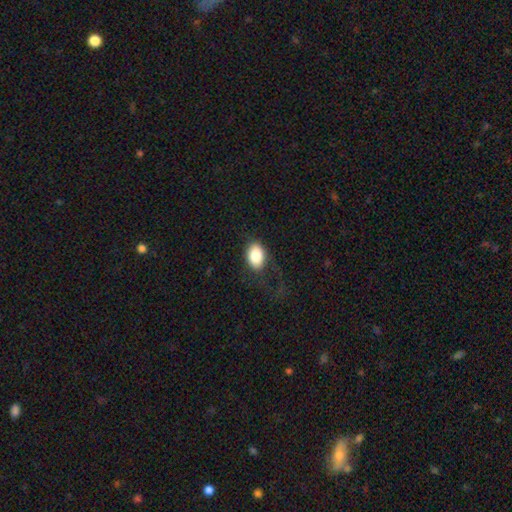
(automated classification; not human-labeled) Smooth or featured?
  - smooth: 83% *
  - featured or disk: 9%
  - star or artifact: 8%
How rounded?
  - in between: 84% *
  - round: 15%
  - cigar-shaped: 1%
Merging?
  - none: 67% *
  - minor disturbance: 17%
  - major disturbance: 14%
  - merger: 1%